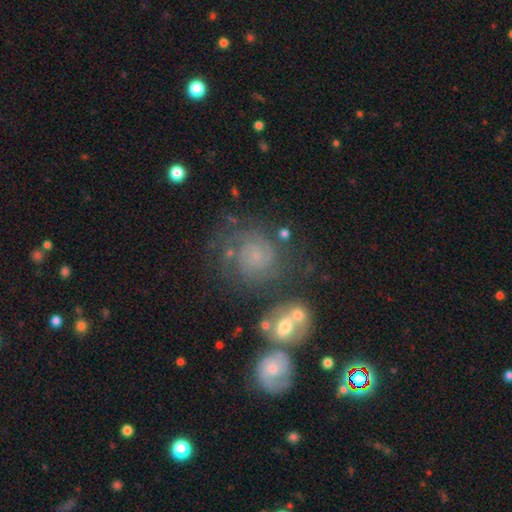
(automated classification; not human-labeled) This is likely a featured or disk galaxy (70%). It is clearly not viewed edge-on (98%). Bar: likely no (70%). Spiral arm pattern: clearly yes (93%). Spiral arm count: marginally 2 (45%). Spiral winding: likely tight (65%). Central bulge: possibly small (58%). Merging: likely none (64%).